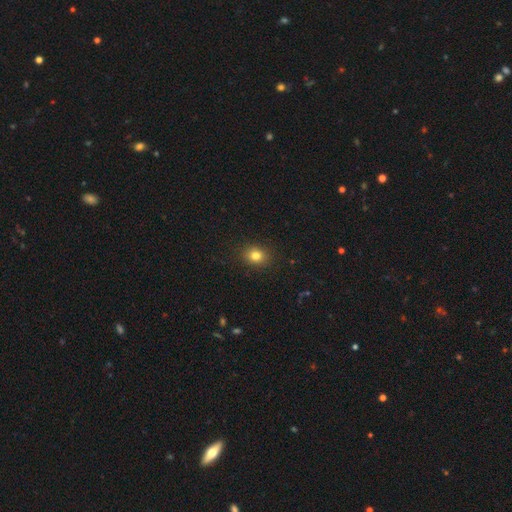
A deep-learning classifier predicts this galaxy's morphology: This appears to be a smooth galaxy with no disk features (80%) that is round (63%). Merging: none (89%).